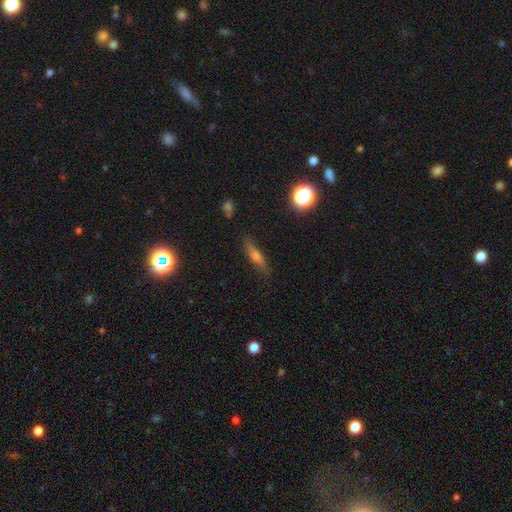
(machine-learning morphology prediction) A smooth galaxy with no disk features (50%) that is cigar-shaped (71%).

Vote fractions:
- Smooth or featured? smooth: 50% / featured or disk: 36% / star or artifact: 14%
- How rounded? cigar-shaped: 71% / in between: 24% / round: 5%
- Merging? none: 82% / minor disturbance: 14% / major disturbance: 3% / merger: 2%